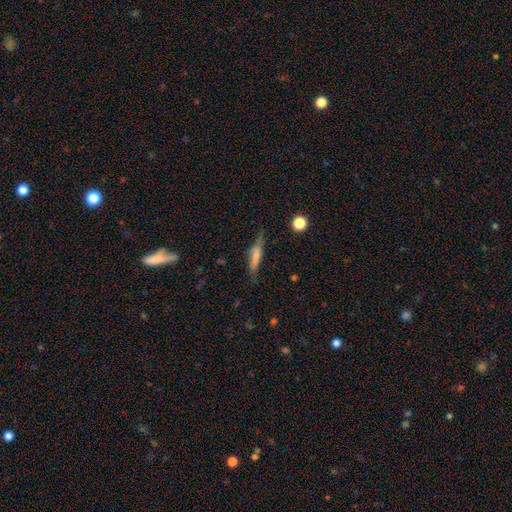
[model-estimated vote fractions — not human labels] A smooth galaxy with no disk features (62%) that is cigar-shaped (78%). Merging: none (66%).